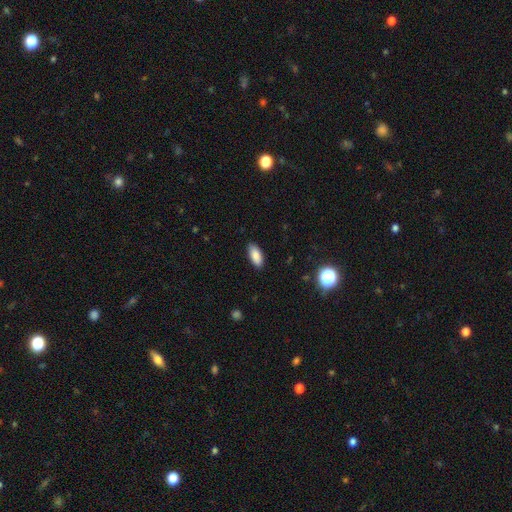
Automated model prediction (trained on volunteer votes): smooth_or_featured: smooth (p=0.86) [alt: star or artifact p=0.08]
how_rounded: in between (p=0.87) [alt: cigar-shaped p=0.11]
merging: none (p=0.88) [alt: minor disturbance p=0.09]